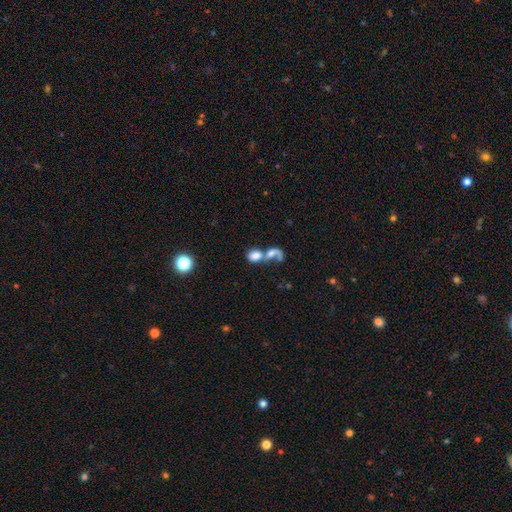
smooth 72%, featured or disk 21%, star or artifact 8%. Down the decision tree: how rounded — in between (57%); merging — merger (69%).